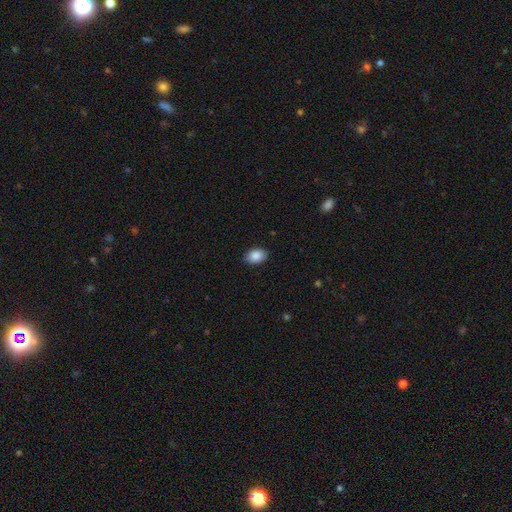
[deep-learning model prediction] smooth 88%, star or artifact 7%, featured or disk 5%. Down the decision tree: how rounded — in between (83%); merging — none (88%).